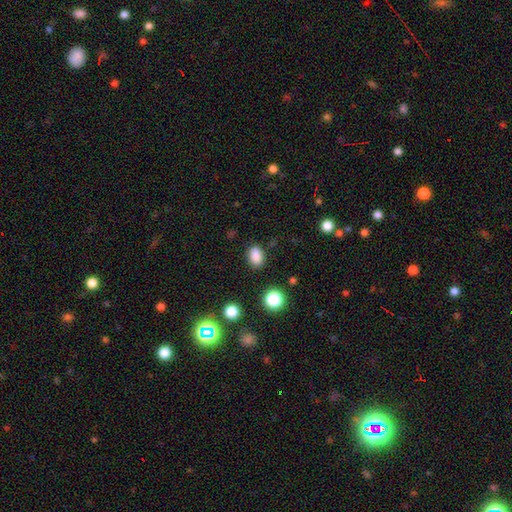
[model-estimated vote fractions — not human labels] smooth 86%, star or artifact 11%, featured or disk 4%. Down the decision tree: how rounded — in between (78%); merging — none (83%).